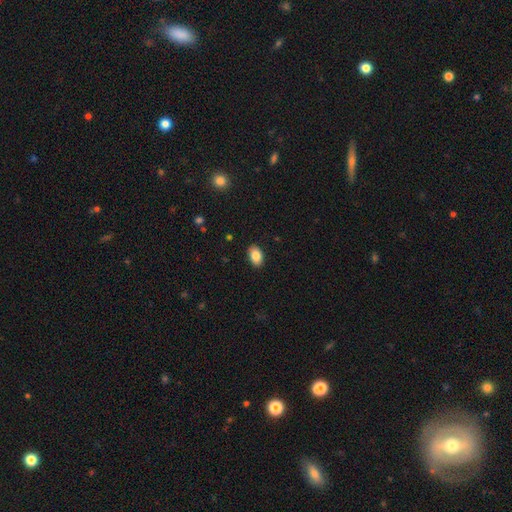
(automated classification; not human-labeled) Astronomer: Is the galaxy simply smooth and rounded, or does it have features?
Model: smooth — 85%.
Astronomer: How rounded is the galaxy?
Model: in between — 89%.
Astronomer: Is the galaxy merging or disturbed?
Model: none — 89%.